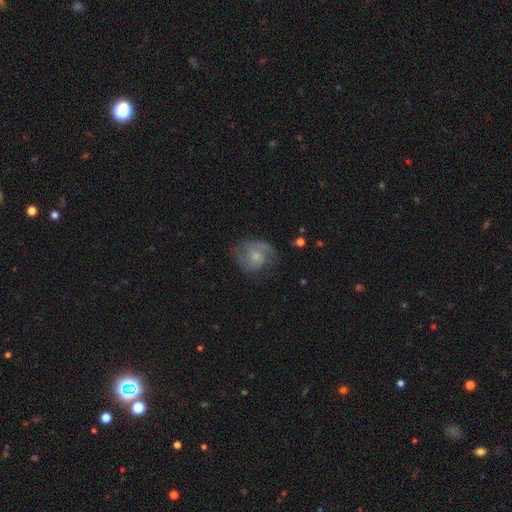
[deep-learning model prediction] Smooth or featured? Predicted: featured or disk (p=0.59). Edge-on disk? Predicted: no (p=0.98). Bar? Predicted: no (p=0.76). Spiral arms? Predicted: yes (p=0.87). Spiral winding? Predicted: medium (p=0.44). Spiral arm count? Predicted: 2 (p=0.61). Bulge size? Predicted: small (p=0.54). Merging? Predicted: none (p=0.58).